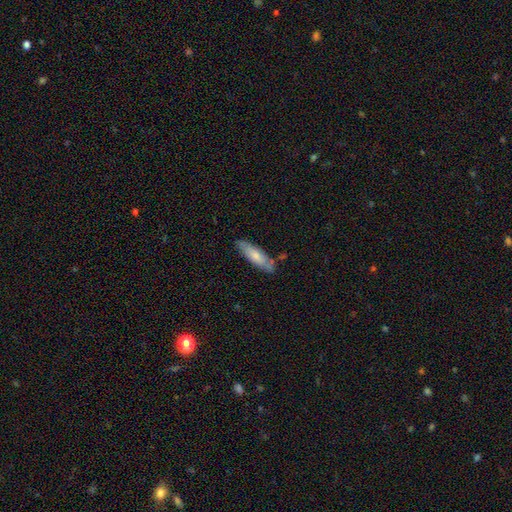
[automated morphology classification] This is likely a smooth galaxy (69%). How rounded: possibly cigar-shaped (58%). Merging: likely none (74%).